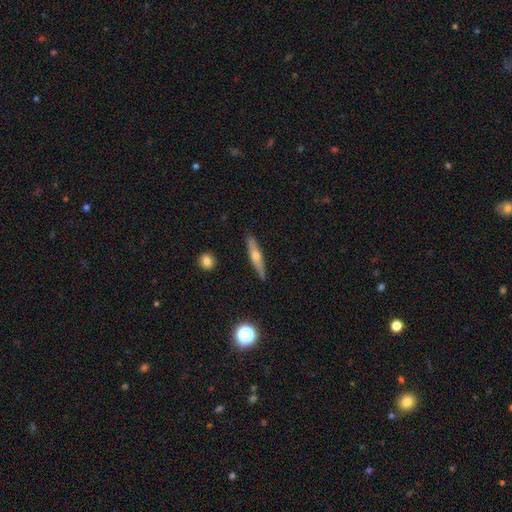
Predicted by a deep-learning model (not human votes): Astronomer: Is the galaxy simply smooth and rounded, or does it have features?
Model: featured or disk — 52% (runner-up: smooth, 41%).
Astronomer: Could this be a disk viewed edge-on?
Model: yes — 88%.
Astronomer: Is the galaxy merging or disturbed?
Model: none — 85%.